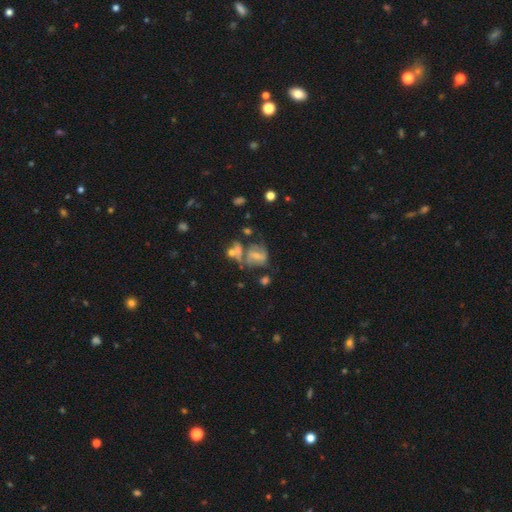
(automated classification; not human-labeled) This appears to be a featured or disk galaxy (52%). Merging: none (41%).